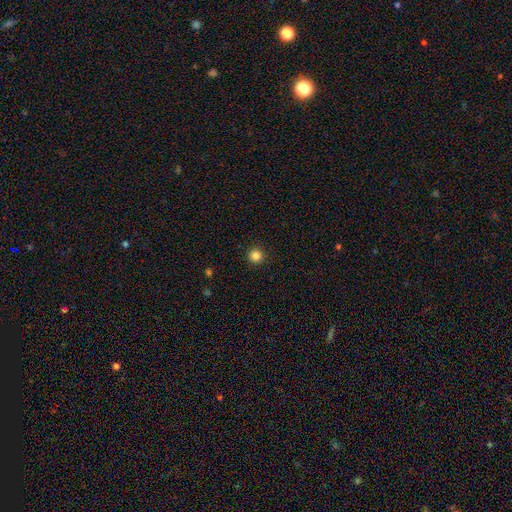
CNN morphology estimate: The model was most divided on "smooth or featured": smooth: 85%, star or artifact: 12%, featured or disk: 3%. More confident: how rounded — round (96%); merging — none (93%).